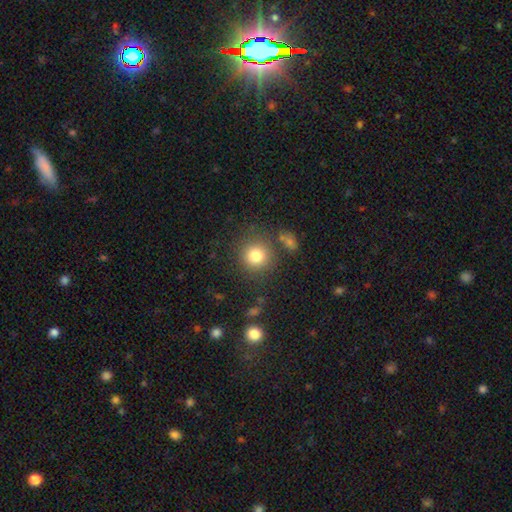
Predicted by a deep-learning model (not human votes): Smooth or featured? smooth (81%)
How rounded? round (91%)
Merging? none (81%)